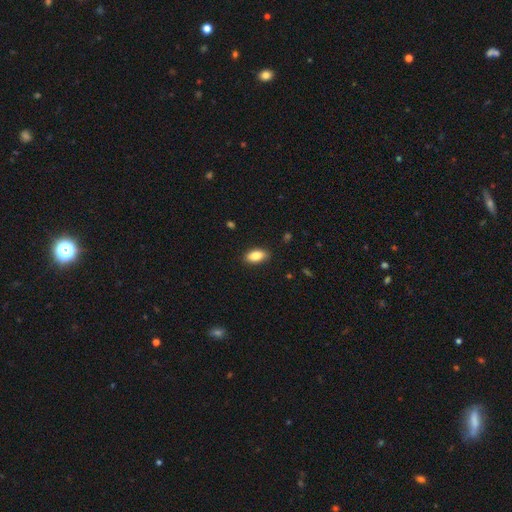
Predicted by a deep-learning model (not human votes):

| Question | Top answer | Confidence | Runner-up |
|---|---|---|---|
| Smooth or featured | smooth | 86% | star or artifact (7%) |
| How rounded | in between | 89% | cigar-shaped (7%) |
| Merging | none | 87% | minor disturbance (10%) |